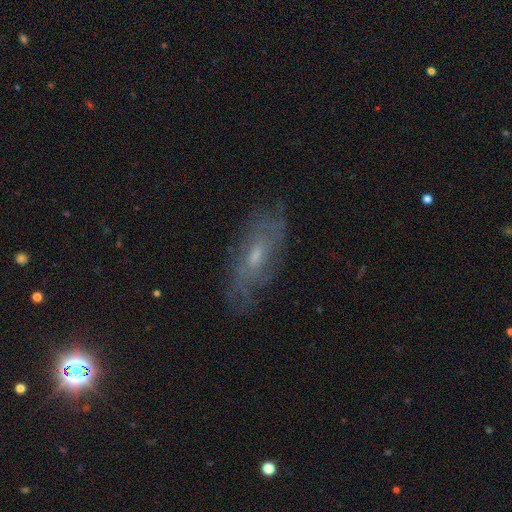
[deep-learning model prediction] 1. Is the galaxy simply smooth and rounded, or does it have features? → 61% featured or disk, 26% smooth, 13% star or artifact.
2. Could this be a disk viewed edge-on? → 79% no, 21% yes.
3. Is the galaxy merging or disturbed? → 75% none, 18% minor disturbance, 6% major disturbance, 1% merger.